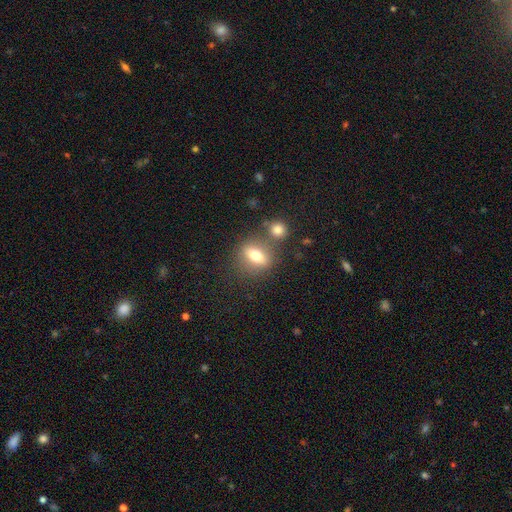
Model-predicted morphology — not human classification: Overall: smooth (68%). How rounded: in between (64%; round 27%). Merging: none (64%).